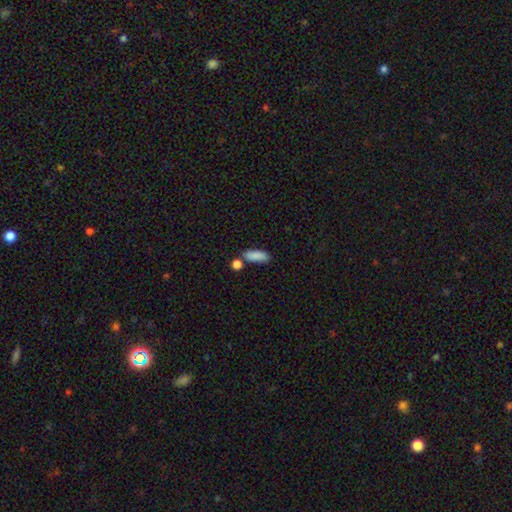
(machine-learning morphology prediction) smooth_or_featured: smooth (p=0.86) [alt: star or artifact p=0.08]
how_rounded: in between (p=0.68) [alt: cigar-shaped p=0.29]
merging: none (p=0.66) [alt: merger p=0.16]